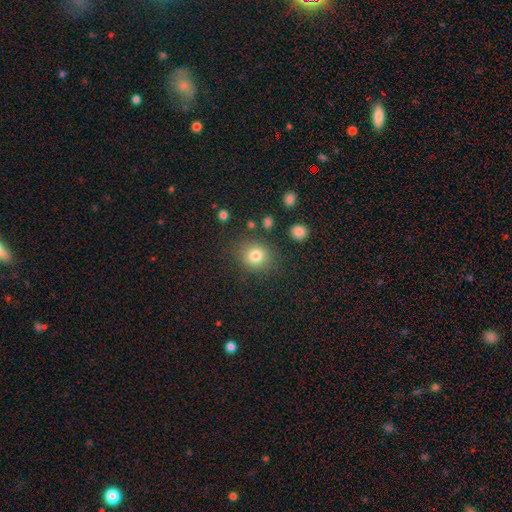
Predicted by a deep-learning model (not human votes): The model was most divided on "how rounded": round: 78%, in between: 21%, cigar-shaped: 1%. More confident: merging — none (82%); smooth or featured — smooth (81%).